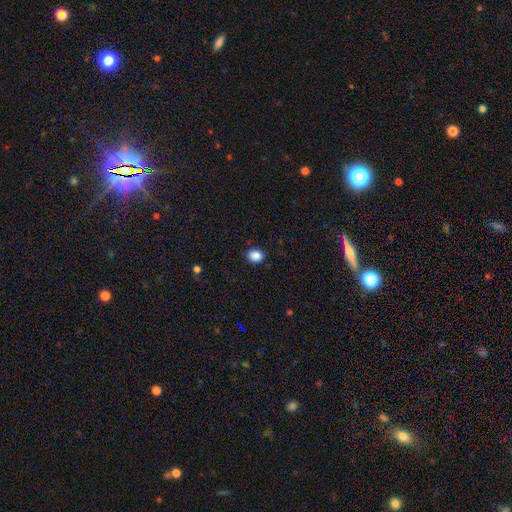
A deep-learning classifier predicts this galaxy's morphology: Smooth or featured?
  - smooth: 87% *
  - star or artifact: 9%
  - featured or disk: 3%
How rounded?
  - round: 59% *
  - in between: 40%
  - cigar-shaped: 1%
Merging?
  - none: 88% *
  - minor disturbance: 9%
  - major disturbance: 2%
  - merger: 1%